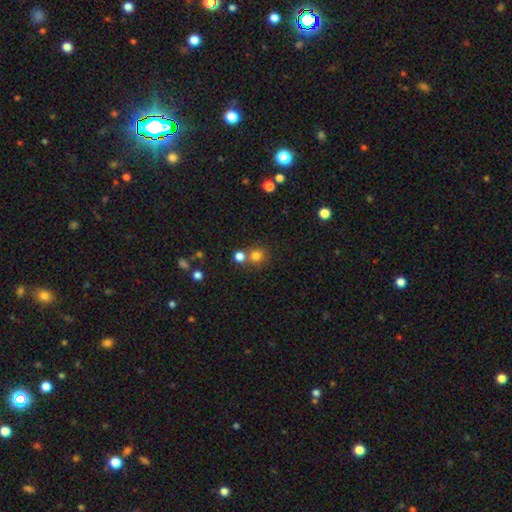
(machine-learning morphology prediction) type=smooth (77%); roundness=round (90%); merging=none (62%).